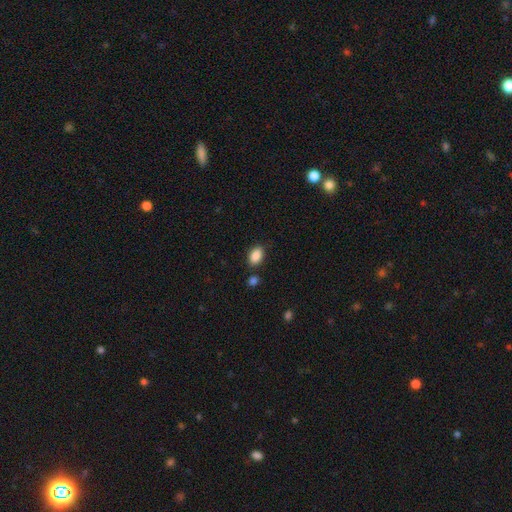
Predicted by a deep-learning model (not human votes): Smooth or featured?
  - smooth: 88% *
  - star or artifact: 8%
  - featured or disk: 4%
How rounded?
  - in between: 89% *
  - round: 10%
  - cigar-shaped: 2%
Merging?
  - none: 81% *
  - minor disturbance: 11%
  - merger: 5%
  - major disturbance: 3%